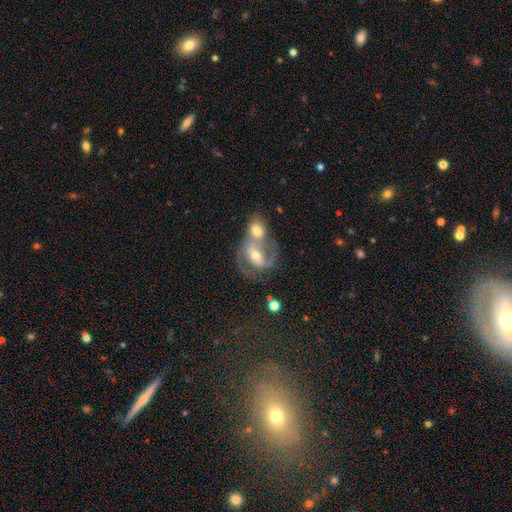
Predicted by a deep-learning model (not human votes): Smooth or featured?
  - featured or disk: 66% *
  - smooth: 26%
  - star or artifact: 8%
Edge-on disk?
  - no: 95% *
  - yes: 5%
Bar?
  - weak: 37% *
  - no: 32%
  - strong: 32%
Spiral arms?
  - yes: 70% *
  - no: 30%
Bulge size?
  - moderate: 64% *
  - small: 27%
  - large: 6%
  - none: 2%
  - dominant: 1%
Merging?
  - merger: 61% *
  - none: 23%
  - minor disturbance: 8%
  - major disturbance: 7%